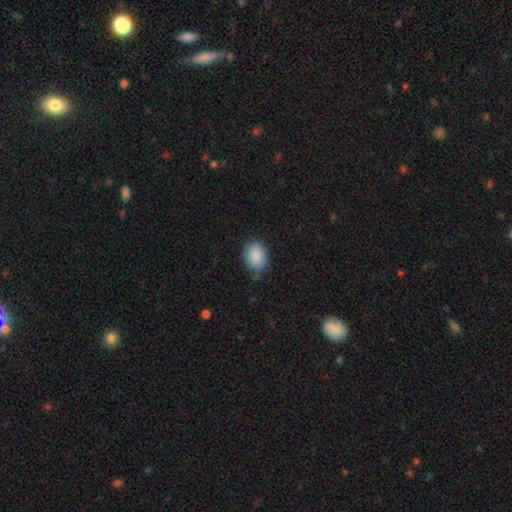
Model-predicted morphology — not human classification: smooth-or-featured: smooth: 88% | star or artifact: 7% | featured or disk: 4%
  how-rounded: in between: 67% | round: 32% | cigar-shaped: 1%
  merging: none: 74% | minor disturbance: 20% | major disturbance: 4% | merger: 2%